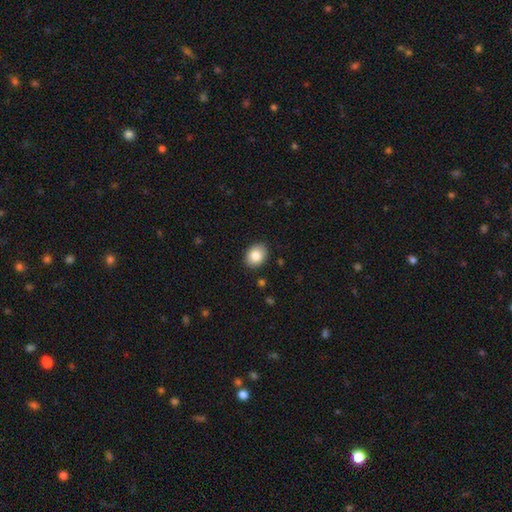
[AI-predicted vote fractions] A smooth galaxy with no disk features (85%) that is in between round and cigar-shaped (56%).

Vote fractions:
- Smooth or featured? smooth: 85% / star or artifact: 8% / featured or disk: 7%
- How rounded? in between: 56% / round: 43% / cigar-shaped: 1%
- Merging? none: 89% / minor disturbance: 8% / major disturbance: 2% / merger: 1%